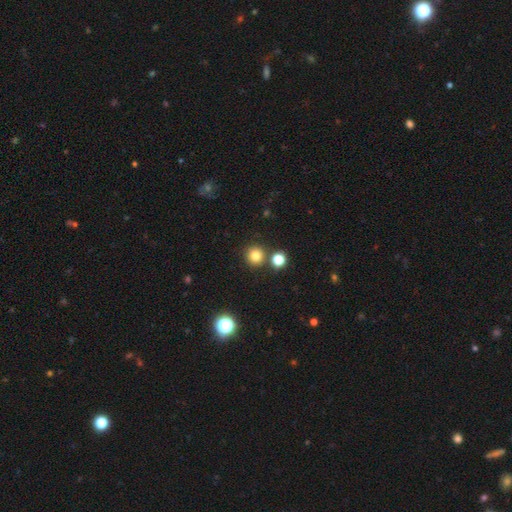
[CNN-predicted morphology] smooth_or_featured: smooth (p=0.80) [alt: star or artifact p=0.15]
how_rounded: round (p=0.94) [alt: in between p=0.05]
merging: none (p=0.82) [alt: merger p=0.09]